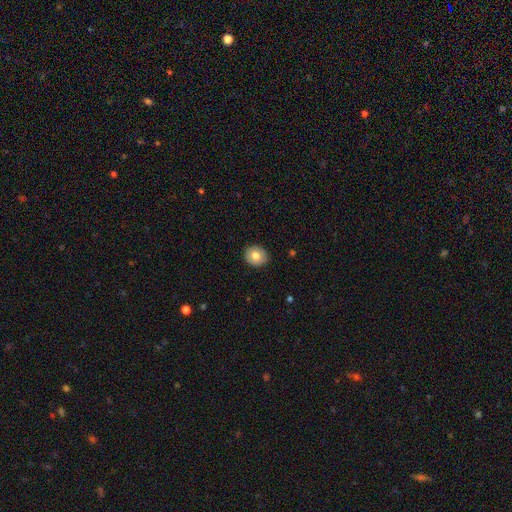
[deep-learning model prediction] A smooth galaxy with no disk features (75%) that is round (75%).

Vote fractions:
- Smooth or featured? smooth: 75% / featured or disk: 17% / star or artifact: 8%
- How rounded? round: 75% / in between: 24% / cigar-shaped: 1%
- Merging? none: 90% / minor disturbance: 7% / major disturbance: 2% / merger: 1%